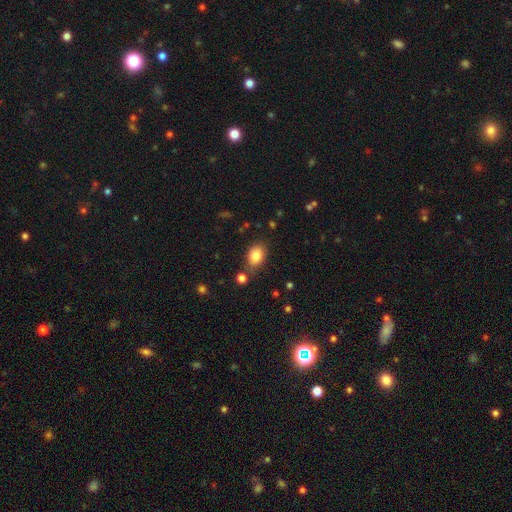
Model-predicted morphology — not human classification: Smooth or featured?
  - smooth: 84% *
  - star or artifact: 9%
  - featured or disk: 7%
How rounded?
  - in between: 79% *
  - round: 19%
  - cigar-shaped: 1%
Merging?
  - none: 74% *
  - minor disturbance: 15%
  - merger: 7%
  - major disturbance: 4%